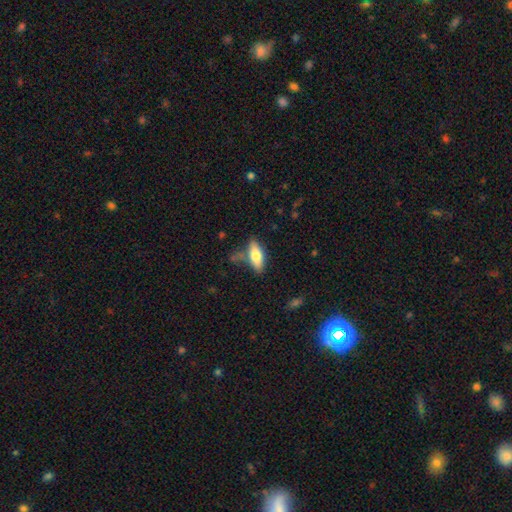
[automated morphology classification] Smooth or featured? smooth (70%)
How rounded? in between (70%)
Merging? none (67%)